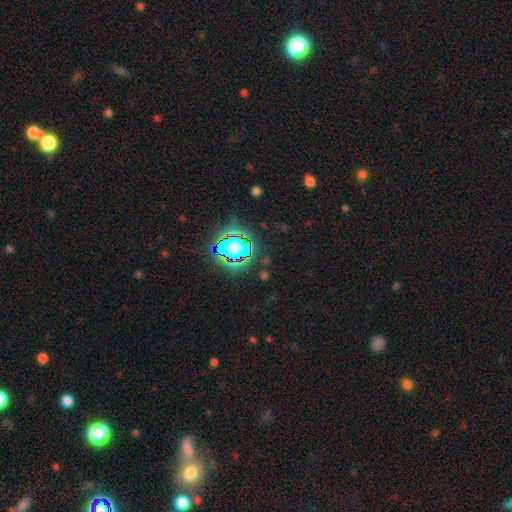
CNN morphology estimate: type=star or artifact (79%).